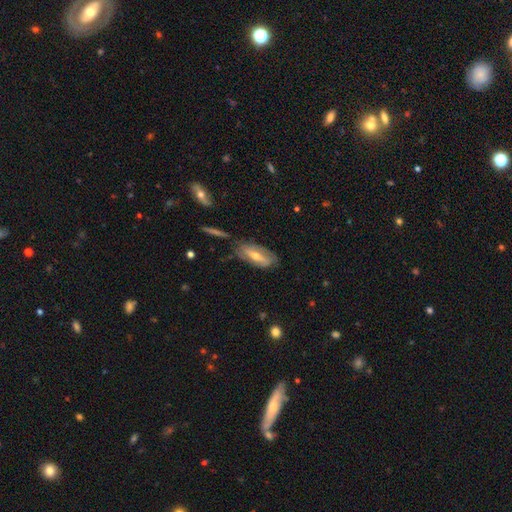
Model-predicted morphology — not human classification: type=featured or disk (60%); edge-on=no (78%); merging=none (71%).